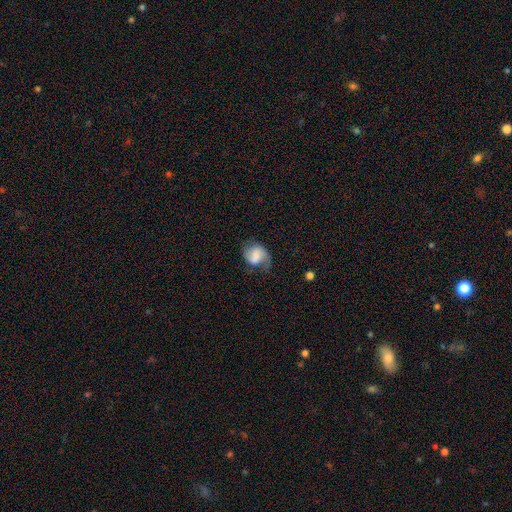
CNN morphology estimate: smooth-or-featured: featured or disk: 51% | smooth: 40% | star or artifact: 8%
  disk-edge-on: no: 97% | yes: 3%
  merging: none: 49% | minor disturbance: 28% | major disturbance: 21% | merger: 2%